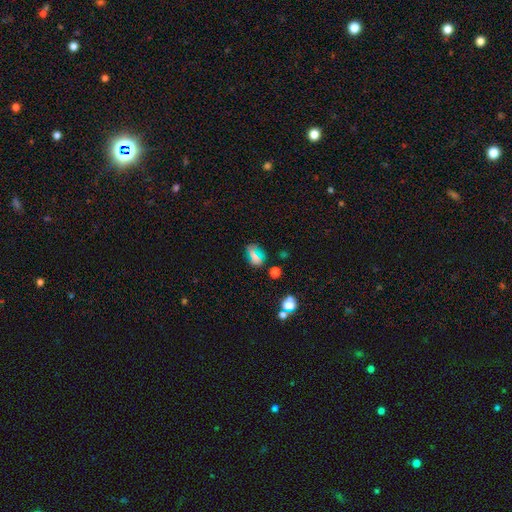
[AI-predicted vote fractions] Overall: smooth (55%; star or artifact 25%). How rounded: in between (70%). Merging: none (59%; minor disturbance 22%).